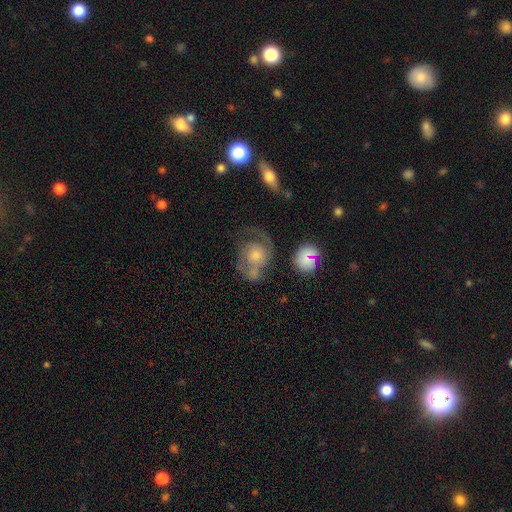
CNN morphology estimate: Smooth or featured? featured or disk (65%)
Edge-on disk? no (96%)
Bar? no (78%)
Spiral arms? yes (80%)
Bulge size? moderate (49%)
Merging? none (42%)